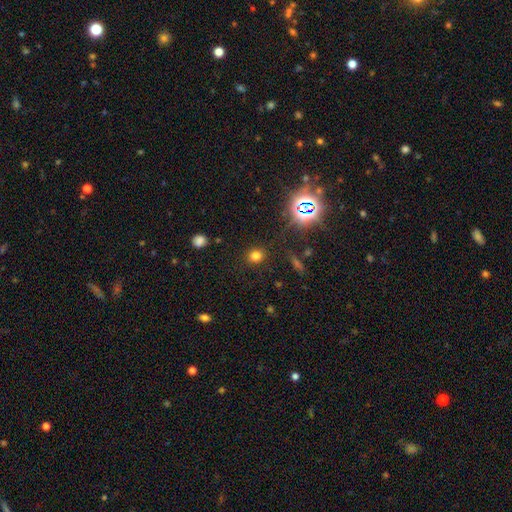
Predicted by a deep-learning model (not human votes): Overall: smooth (72%). How rounded: round (80%). Merging: none (87%).